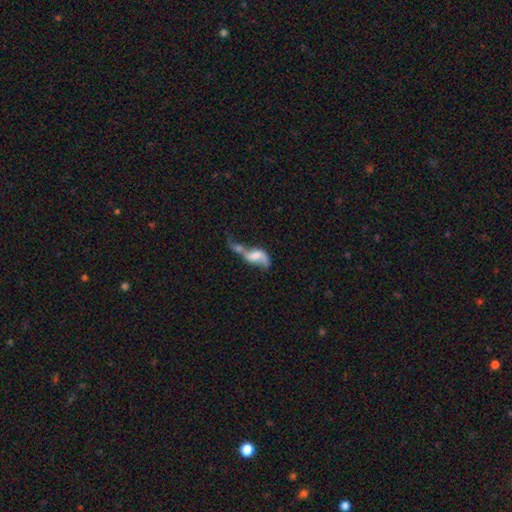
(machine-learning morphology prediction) Q: Smooth or featured?
A: featured or disk (58%); runner-up: smooth (33%)
Q: Edge-on disk?
A: no (94%); runner-up: yes (6%)
Q: Bar?
A: no (48%); runner-up: weak (38%)
Q: Spiral arms?
A: yes (76%); runner-up: no (24%)
Q: Bulge size?
A: moderate (31%); runner-up: none (26%)
Q: Merging?
A: merger (63%); runner-up: major disturbance (15%)